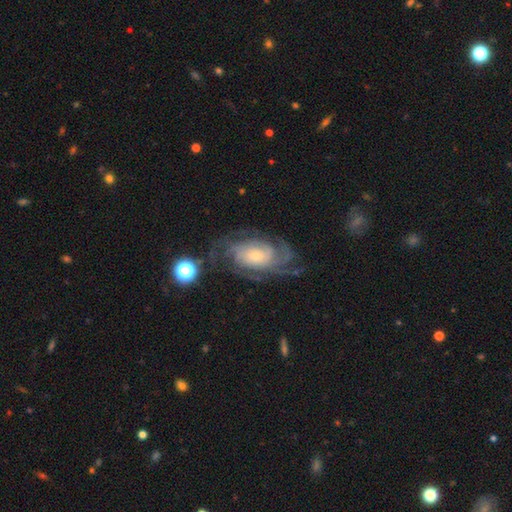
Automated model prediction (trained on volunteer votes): The model was most divided on "spiral arm count": can't tell: 32%, 4: 23%, 3: 18%, 2: 12%, more than 4: 10%, 1: 6%. Remaining: spiral arms — yes (96%); edge-on disk — no (96%); smooth or featured — featured or disk (85%); bar — no (71%); merging — none (68%); spiral winding — tight (62%); bulge size — small (48%).